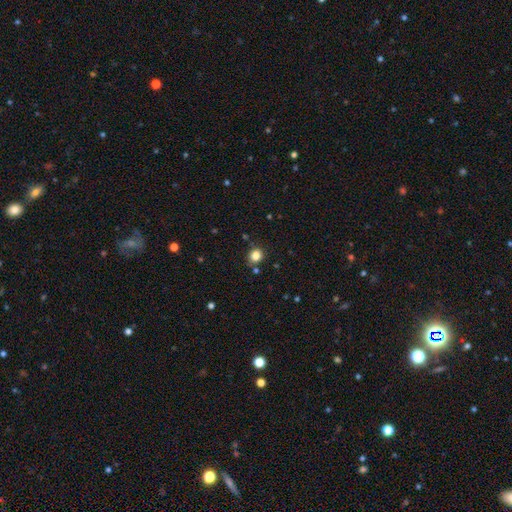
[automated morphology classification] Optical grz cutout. It shows a smooth galaxy with no disk features (83%) that is round (80%). Merging: none (84%).